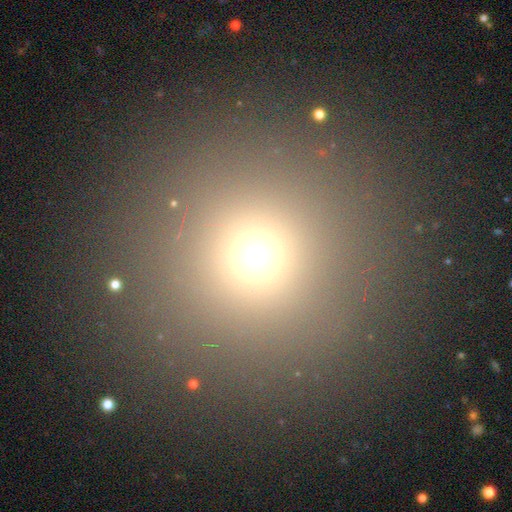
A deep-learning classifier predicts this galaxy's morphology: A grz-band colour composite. It shows a smooth galaxy with no disk features (66%) that is round (95%). Merging: none (88%).